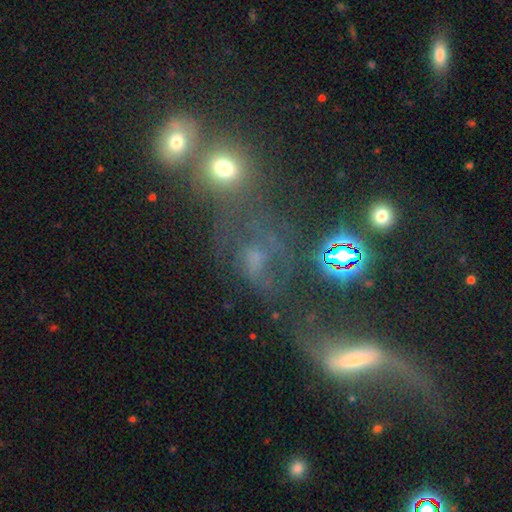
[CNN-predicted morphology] Smooth or featured? smooth (35%)
Merging? none (32%)